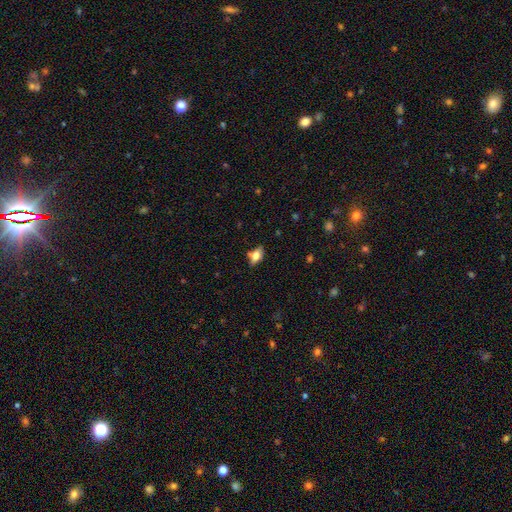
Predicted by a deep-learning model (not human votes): This is likely a smooth galaxy (65%). How rounded: clearly in between (85%). Merging: likely none (70%).